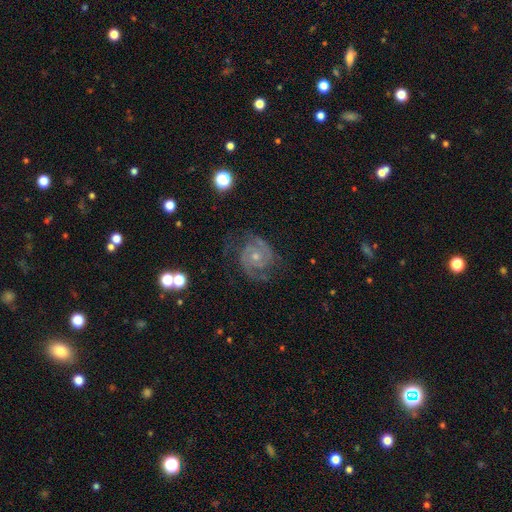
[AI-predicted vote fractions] smooth_or_featured: featured or disk (p=0.88) [alt: star or artifact p=0.06]
disk_edge_on: no (p=0.98) [alt: yes p=0.02]
bar: no (p=0.72) [alt: weak p=0.23]
has_spiral_arms: yes (p=0.97) [alt: no p=0.03]
spiral_winding: tight (p=0.49) [alt: medium p=0.42]
spiral_arm_count: 2 (p=0.80) [alt: 3 p=0.07]
bulge_size: small (p=0.57) [alt: moderate p=0.39]
merging: none (p=0.71) [alt: minor disturbance p=0.18]